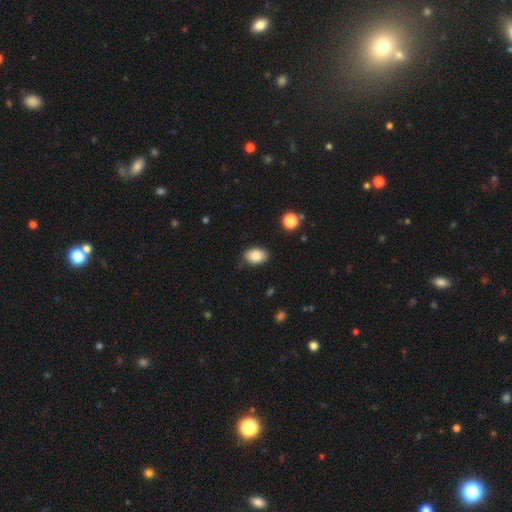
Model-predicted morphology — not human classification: Overall: smooth (85%). How rounded: in between (82%). Merging: none (80%).